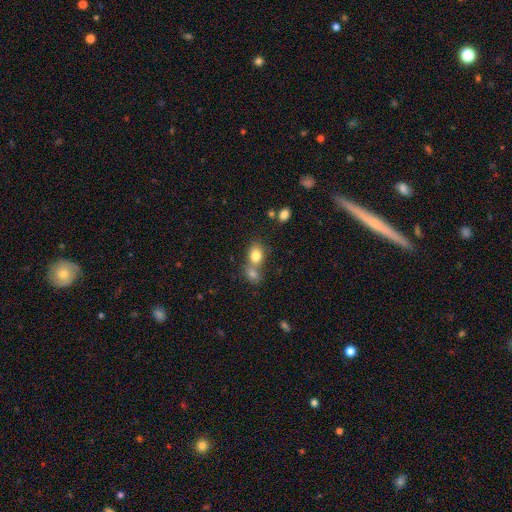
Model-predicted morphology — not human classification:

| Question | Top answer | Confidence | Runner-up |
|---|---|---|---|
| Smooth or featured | smooth | 80% | star or artifact (10%) |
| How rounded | in between | 58% | round (40%) |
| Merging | merger | 49% | none (38%) |